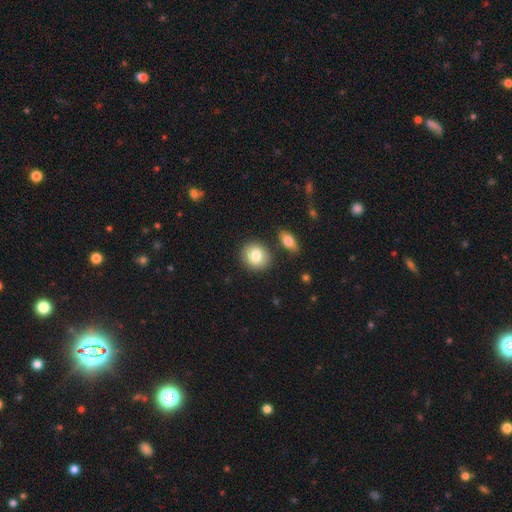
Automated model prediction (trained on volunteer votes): Smooth or featured? Predicted: smooth (p=0.80). How rounded? Predicted: round (p=0.76). Merging? Predicted: none (p=0.82).